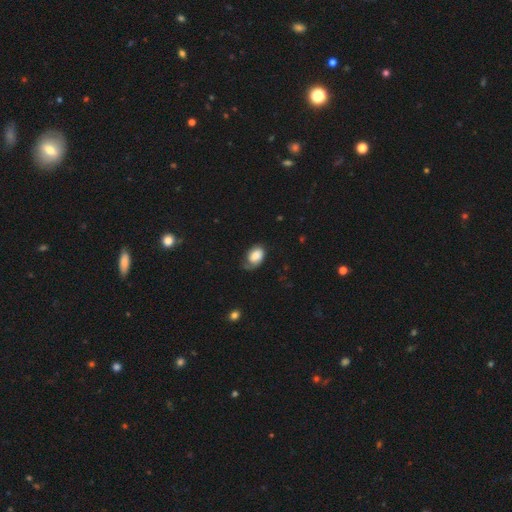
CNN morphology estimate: Smooth or featured? Predicted: smooth (p=0.68). How rounded? Predicted: in between (p=0.84). Merging? Predicted: none (p=0.45).